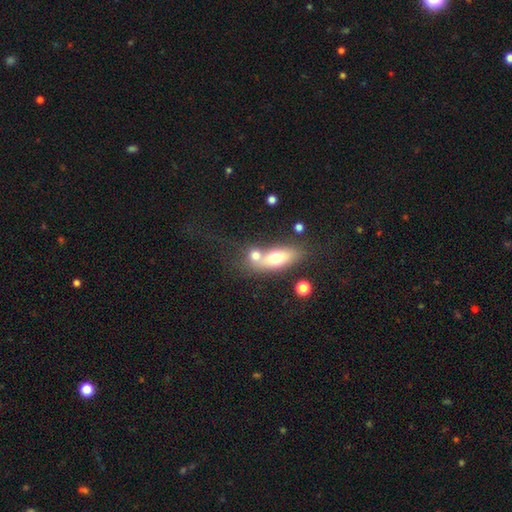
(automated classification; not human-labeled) Overall: smooth (67%). How rounded: in between (61%; round 23%). Merging: merger (53%; none 31%).